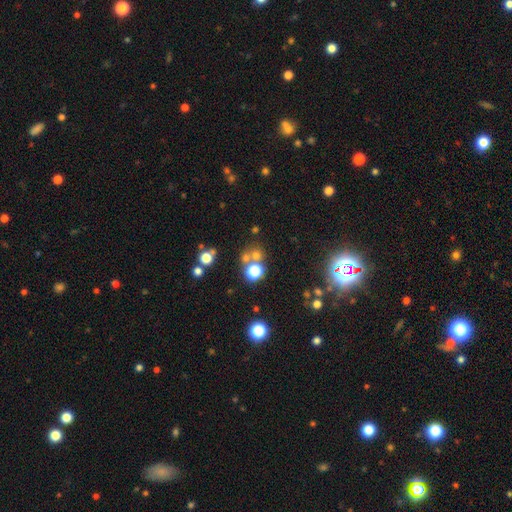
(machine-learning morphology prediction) smooth-or-featured: smooth: 60% | star or artifact: 29% | featured or disk: 11%
  how-rounded: round: 88% | in between: 11% | cigar-shaped: 1%
  merging: none: 60% | merger: 28% | minor disturbance: 8% | major disturbance: 4%